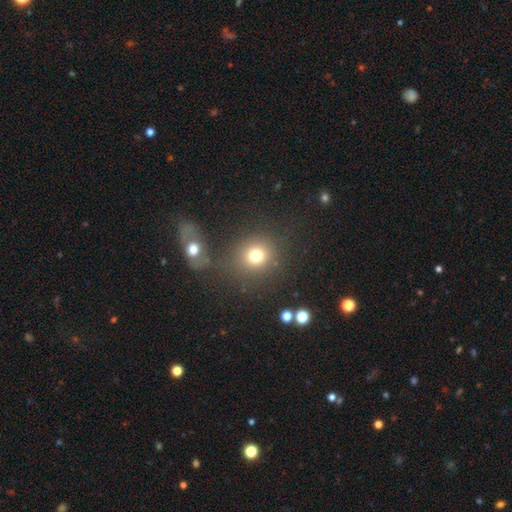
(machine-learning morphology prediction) smooth 76%, star or artifact 15%, featured or disk 9%. Down the decision tree: how rounded — round (85%); merging — none (72%).